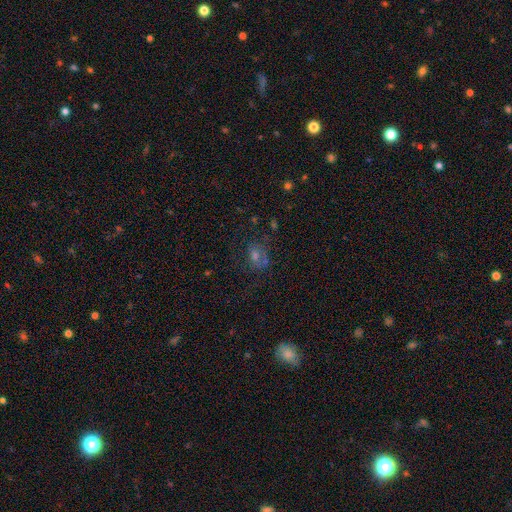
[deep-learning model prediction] Morphology: type=smooth (42%); merging=none (58%).